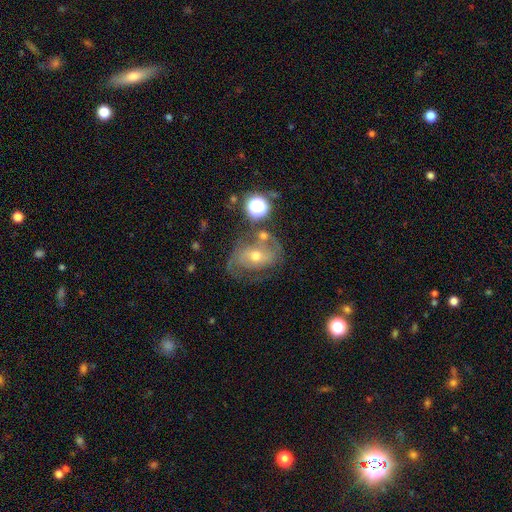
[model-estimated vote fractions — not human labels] smooth_or_featured: featured or disk (p=0.76) [alt: smooth p=0.14]
disk_edge_on: no (p=0.96) [alt: yes p=0.04]
bar: no (p=0.45) [alt: weak p=0.37]
has_spiral_arms: yes (p=0.88) [alt: no p=0.12]
spiral_winding: medium (p=0.45) [alt: tight p=0.34]
spiral_arm_count: 2 (p=0.68) [alt: can't tell p=0.18]
bulge_size: moderate (p=0.59) [alt: small p=0.36]
merging: none (p=0.58) [alt: minor disturbance p=0.19]